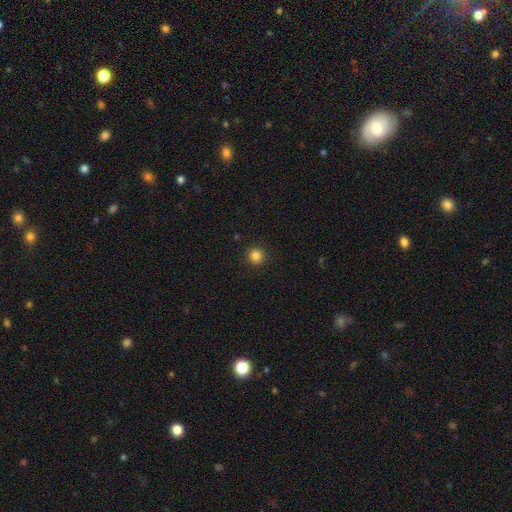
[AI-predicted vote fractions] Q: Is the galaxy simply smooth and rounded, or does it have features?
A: smooth — 84%.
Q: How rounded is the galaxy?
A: round — 93%.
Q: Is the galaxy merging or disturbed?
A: none — 92%.